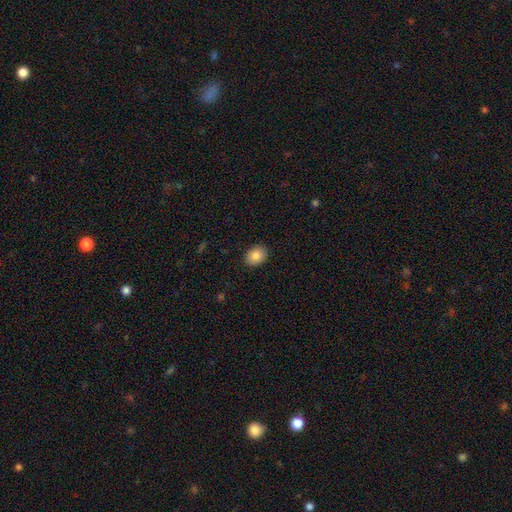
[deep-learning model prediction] The model was most divided on "how rounded": in between: 65%, round: 34%, cigar-shaped: 1%. More confident: merging — none (89%); smooth or featured — smooth (87%).